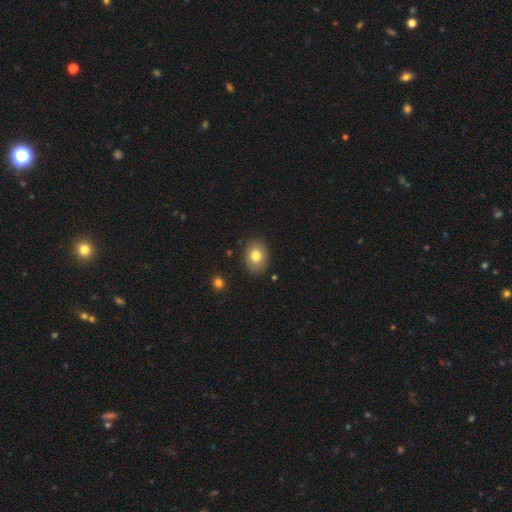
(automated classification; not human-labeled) Morphology: type=smooth (79%); roundness=in between (62%); merging=none (87%).